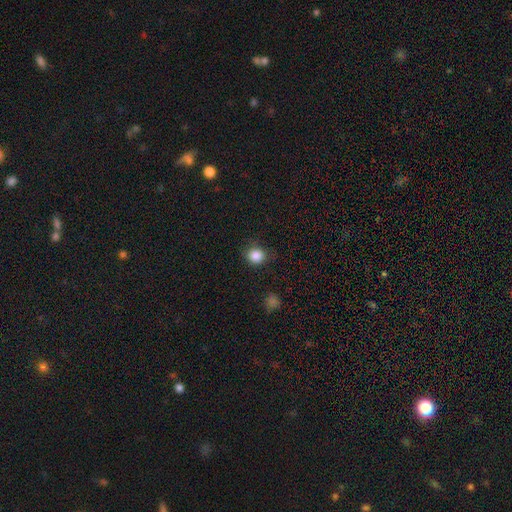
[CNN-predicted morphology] A smooth galaxy with no disk features (85%) that is round (82%). Merging: none (81%).